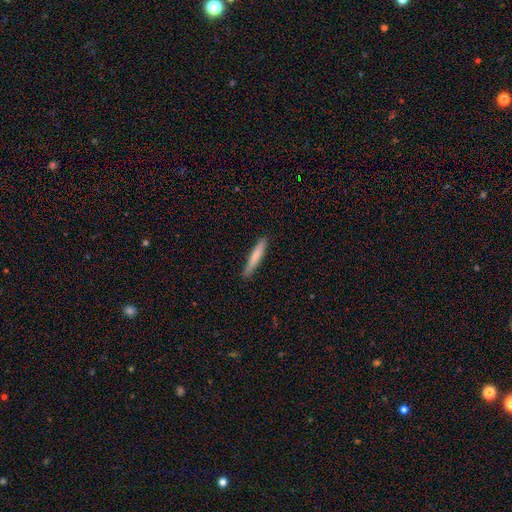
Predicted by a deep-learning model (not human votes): Q: Smooth or featured?
A: smooth (74%); runner-up: featured or disk (20%)
Q: How rounded?
A: cigar-shaped (93%); runner-up: in between (6%)
Q: Merging?
A: none (81%); runner-up: minor disturbance (15%)